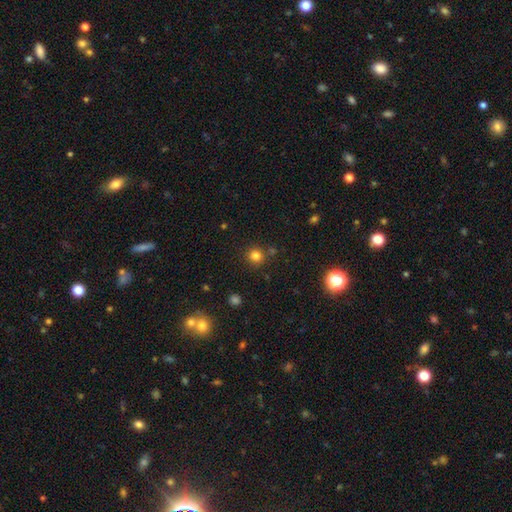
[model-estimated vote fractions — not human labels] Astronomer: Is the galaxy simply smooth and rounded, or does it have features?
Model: smooth — 80%.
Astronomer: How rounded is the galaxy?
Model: round — 93%.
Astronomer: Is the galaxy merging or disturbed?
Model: none — 82%.